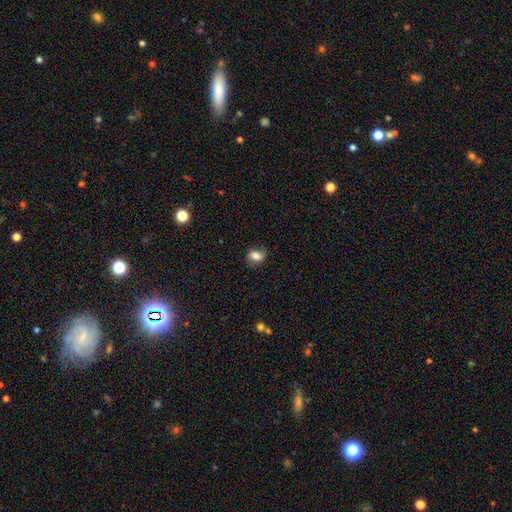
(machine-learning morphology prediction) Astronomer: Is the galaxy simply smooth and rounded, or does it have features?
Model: smooth — 74%.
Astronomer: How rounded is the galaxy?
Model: in between — 68%.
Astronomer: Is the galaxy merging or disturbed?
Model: none — 74%.